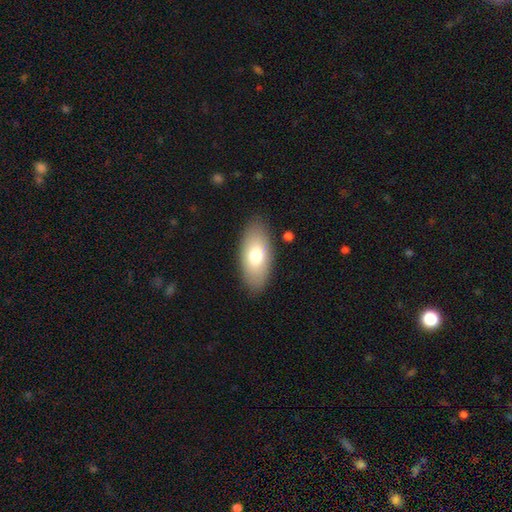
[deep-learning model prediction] Morphology: type=smooth (73%); roundness=in between (91%); merging=none (86%).